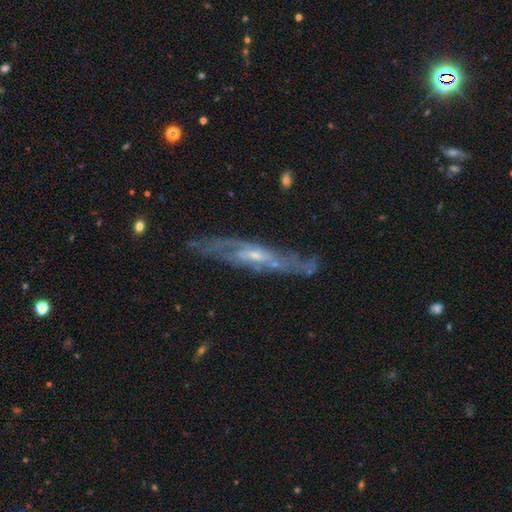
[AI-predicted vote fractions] Morphology: type=featured or disk (80%); edge-on=yes (51%); merging=none (74%).